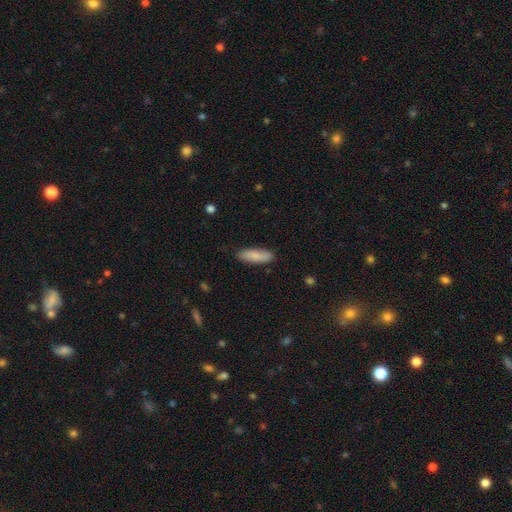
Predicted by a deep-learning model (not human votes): Smooth or featured?
  - smooth: 83% *
  - featured or disk: 11%
  - star or artifact: 5%
How rounded?
  - cigar-shaped: 55% *
  - in between: 43%
  - round: 2%
Merging?
  - none: 87% *
  - minor disturbance: 10%
  - major disturbance: 2%
  - merger: 1%